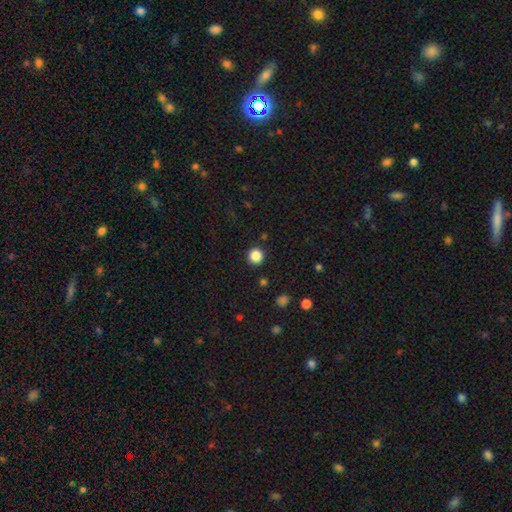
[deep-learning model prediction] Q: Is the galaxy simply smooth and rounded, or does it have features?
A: smooth — 86%.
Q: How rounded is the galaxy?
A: round — 95%.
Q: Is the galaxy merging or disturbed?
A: none — 92%.